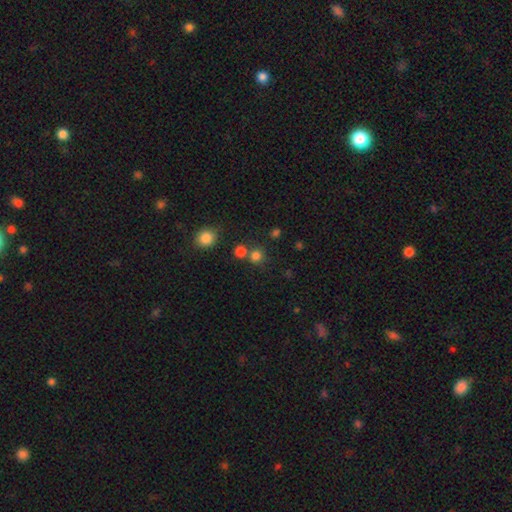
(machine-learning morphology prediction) Smooth or featured: smooth — 78% (star or artifact — 17%)
How rounded: round — 88% (in between — 11%)
Merging: none — 65% (merger — 24%)